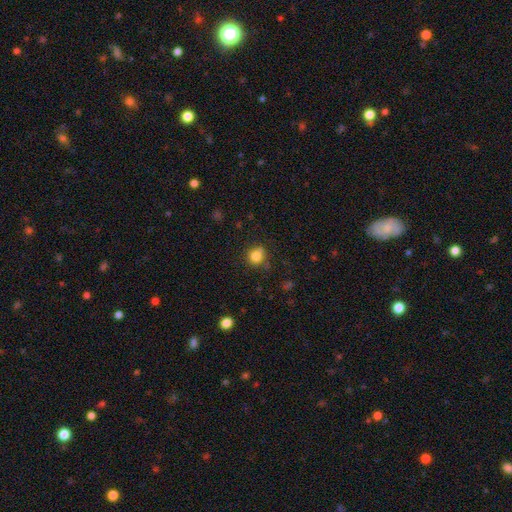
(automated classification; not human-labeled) This appears to be a smooth galaxy with no disk features (81%) that is round (88%). Merging: none (70%).